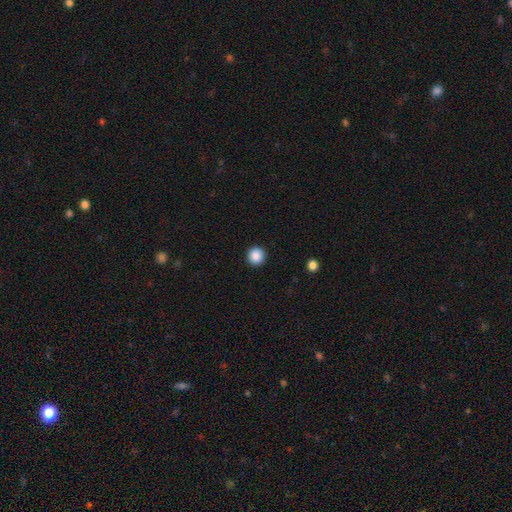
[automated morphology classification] Q: Smooth or featured?
A: smooth (87%); runner-up: star or artifact (9%)
Q: How rounded?
A: round (94%); runner-up: in between (5%)
Q: Merging?
A: none (93%); runner-up: minor disturbance (4%)